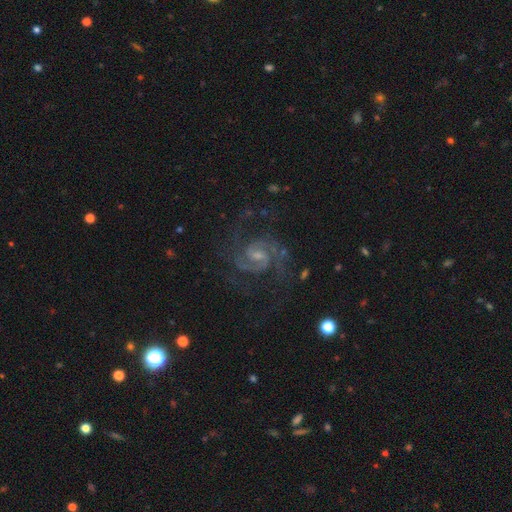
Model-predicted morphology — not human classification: This appears to be a featured or disk galaxy (91%) with a weak bar (56%), 2 (87%) medium (56%) spiral arms (98%) and a small central bulge (54%). Merging: none (74%).